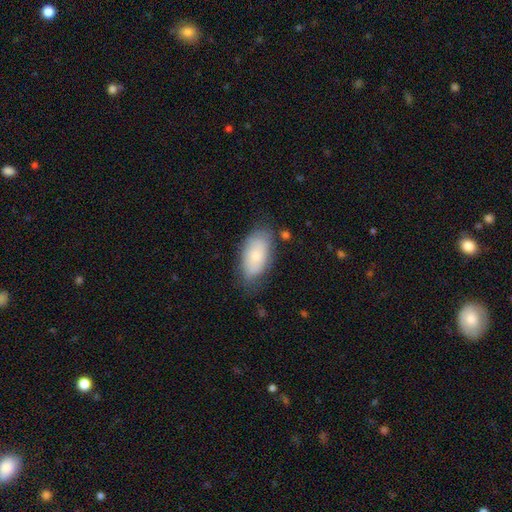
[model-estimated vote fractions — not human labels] Q: Smooth or featured?
A: smooth (73%); runner-up: featured or disk (21%)
Q: How rounded?
A: in between (93%); runner-up: cigar-shaped (3%)
Q: Merging?
A: none (69%); runner-up: minor disturbance (23%)